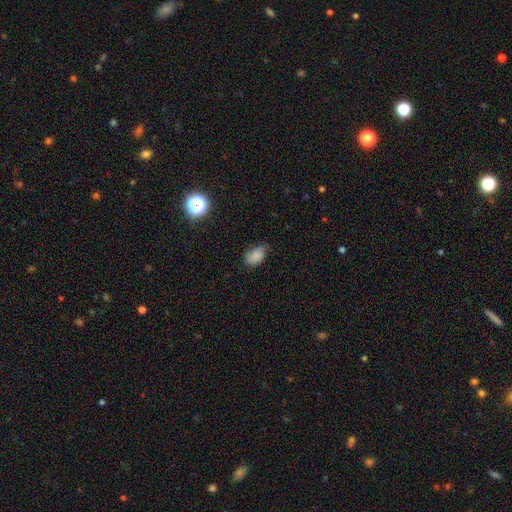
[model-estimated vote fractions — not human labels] Smooth or featured: smooth — 81% (star or artifact — 11%)
How rounded: in between — 84% (round — 15%)
Merging: none — 54% (minor disturbance — 37%)